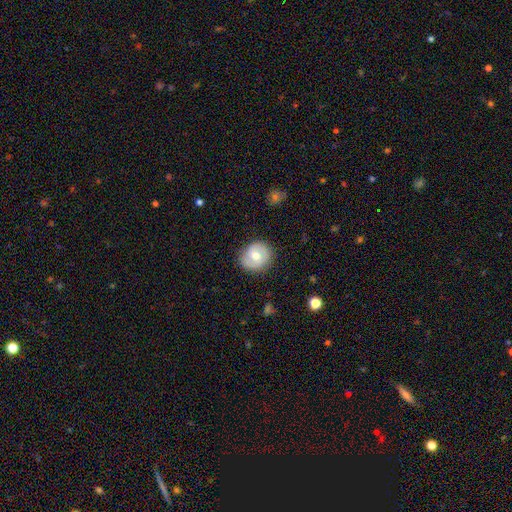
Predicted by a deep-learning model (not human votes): Morphology: type=smooth (51%); roundness=round (77%); merging=none (83%).